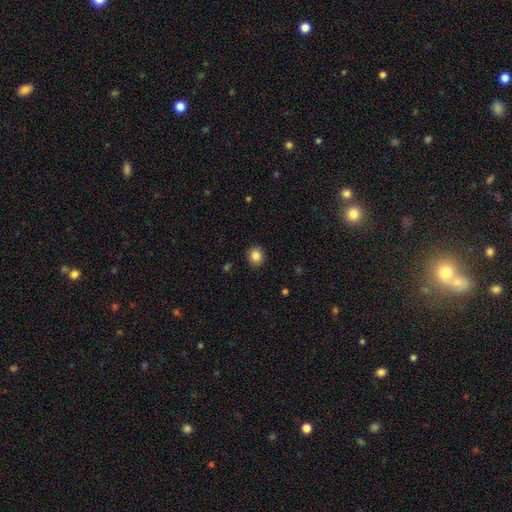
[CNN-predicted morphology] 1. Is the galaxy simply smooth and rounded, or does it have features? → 86% smooth, 10% star or artifact, 5% featured or disk.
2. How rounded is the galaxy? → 86% round, 13% in between, 1% cigar-shaped.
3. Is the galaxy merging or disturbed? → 91% none, 6% minor disturbance, 2% major disturbance, 1% merger.